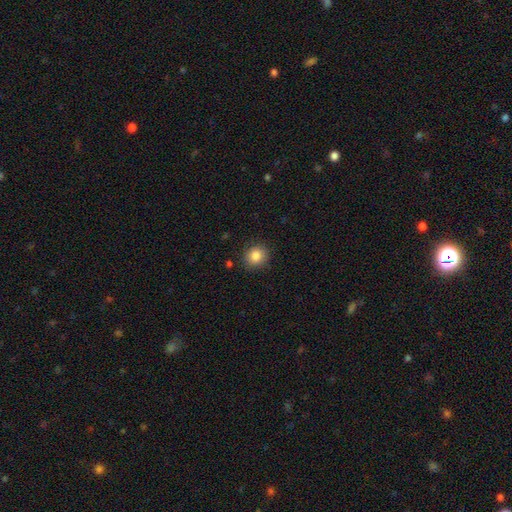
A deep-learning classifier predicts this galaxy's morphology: Smooth or featured?
  - smooth: 85% *
  - star or artifact: 9%
  - featured or disk: 5%
How rounded?
  - round: 83% *
  - in between: 16%
  - cigar-shaped: 1%
Merging?
  - none: 87% *
  - minor disturbance: 9%
  - major disturbance: 2%
  - merger: 1%